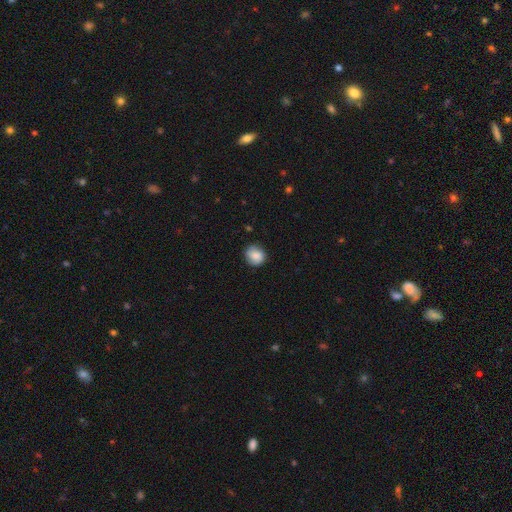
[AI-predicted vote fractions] Q: Smooth or featured?
A: smooth (81%); runner-up: featured or disk (11%)
Q: How rounded?
A: round (78%); runner-up: in between (21%)
Q: Merging?
A: none (79%); runner-up: minor disturbance (17%)